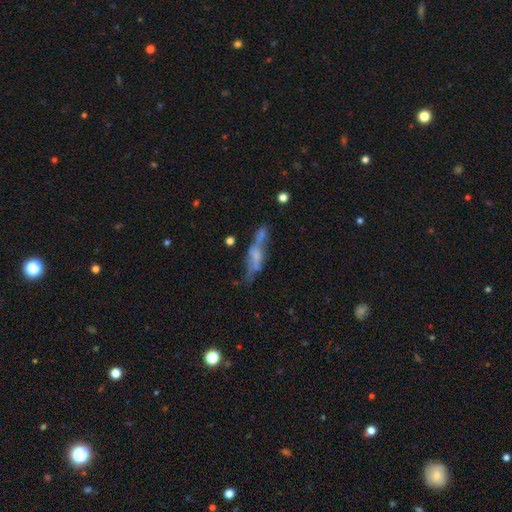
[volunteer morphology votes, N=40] A featured or disk galaxy (60%) viewed edge-on (54%) with no central bulge (38%, tied with rounded).

Vote fractions:
- Smooth or featured? featured or disk: 60% / smooth: 35% / star or artifact: 5%
- Edge-on disk? yes: 54% / no: 46%
- Edge-on bulge? none: 38% (tied) / rounded: 38% (tied) / boxy: 23%
- Merging? none: 50% / major disturbance: 21% / minor disturbance: 16% / merger: 13%